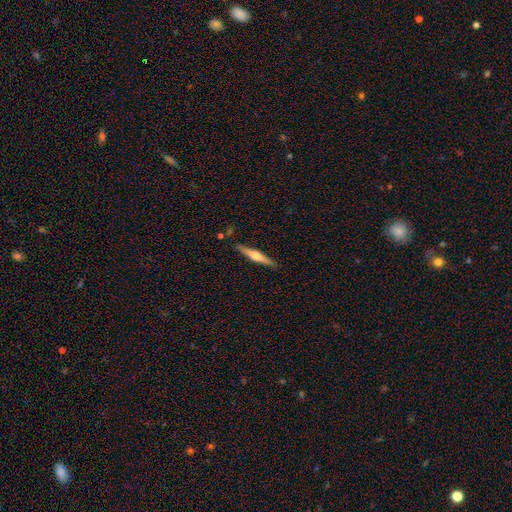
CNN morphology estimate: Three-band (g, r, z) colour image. It shows a featured or disk galaxy (64%) viewed edge-on (98%) with a rounded central bulge (87%). Merging: none (88%).